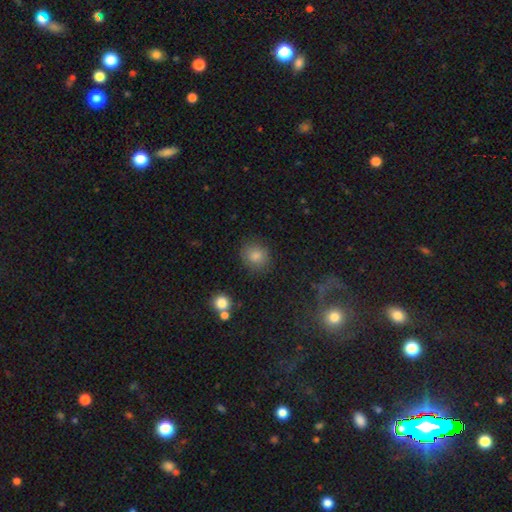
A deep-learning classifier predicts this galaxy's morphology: type=smooth (79%); roundness=round (79%); merging=none (87%).